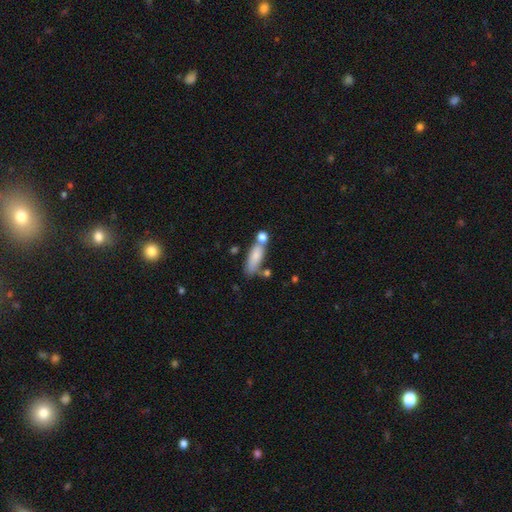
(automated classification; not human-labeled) A smooth galaxy with no disk features (76%) that is in between round and cigar-shaped (54%). Merging: none (49%).